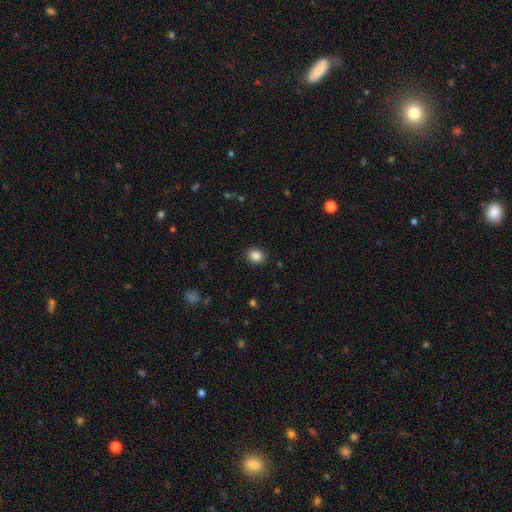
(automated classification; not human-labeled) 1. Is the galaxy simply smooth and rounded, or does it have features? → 85% smooth, 10% star or artifact, 5% featured or disk.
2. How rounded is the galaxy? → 64% round, 35% in between, 1% cigar-shaped.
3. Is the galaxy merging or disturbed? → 90% none, 7% minor disturbance, 2% major disturbance, 1% merger.